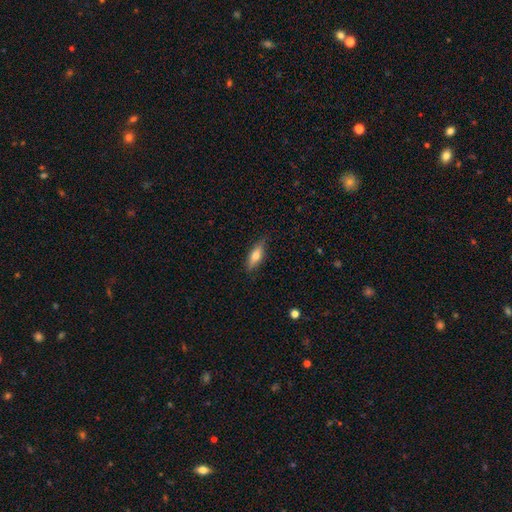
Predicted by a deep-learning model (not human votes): This appears to be a smooth galaxy with no disk features (59%) that is in between round and cigar-shaped (53%). Merging: none (83%).